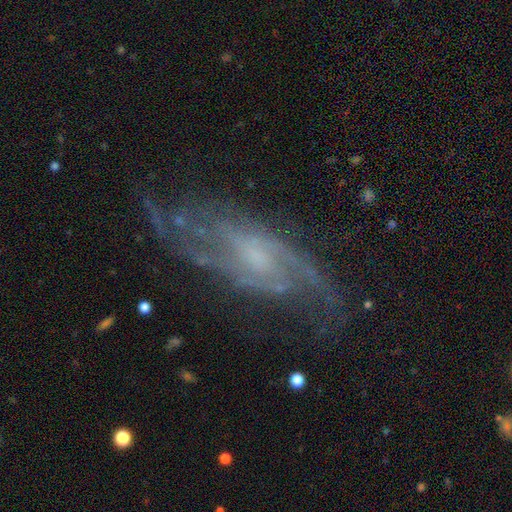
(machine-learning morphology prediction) Q: Smooth or featured?
A: featured or disk (84%); runner-up: smooth (8%)
Q: Edge-on disk?
A: no (88%); runner-up: yes (12%)
Q: Bar?
A: no (47%); runner-up: weak (44%)
Q: Spiral arms?
A: yes (93%); runner-up: no (7%)
Q: Spiral winding?
A: medium (47%); runner-up: loose (28%)
Q: Spiral arm count?
A: 2 (54%); runner-up: can't tell (25%)
Q: Bulge size?
A: small (47%); runner-up: moderate (28%)
Q: Merging?
A: none (67%); runner-up: minor disturbance (19%)